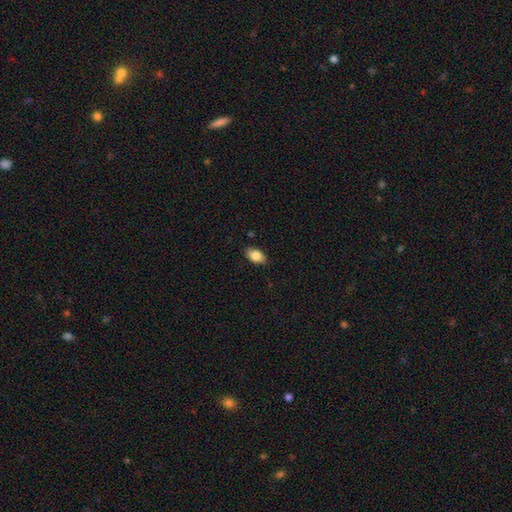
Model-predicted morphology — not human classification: Overall: smooth (84%). How rounded: in between (91%). Merging: none (86%).